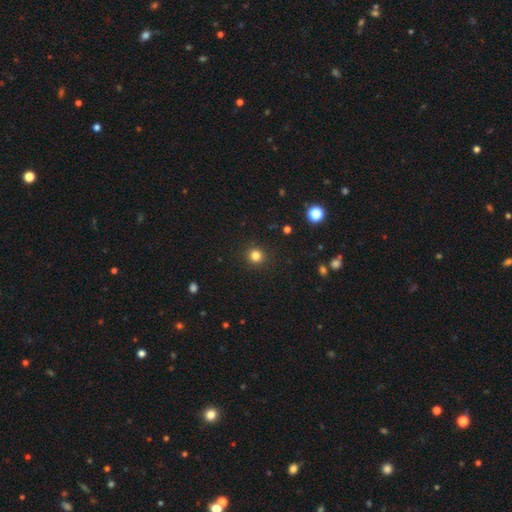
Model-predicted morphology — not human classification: smooth-or-featured: smooth: 82% | star or artifact: 13% | featured or disk: 5%
  how-rounded: round: 93% | in between: 6% | cigar-shaped: 1%
  merging: none: 92% | minor disturbance: 5% | major disturbance: 2% | merger: 1%